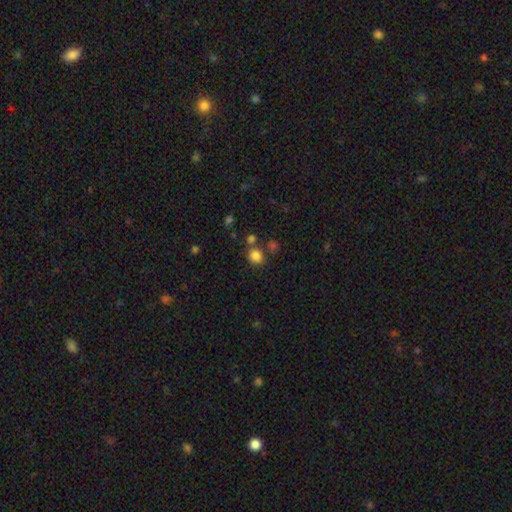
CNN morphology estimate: Smooth or featured?
  - smooth: 83% *
  - star or artifact: 13%
  - featured or disk: 5%
How rounded?
  - round: 79% *
  - in between: 20%
  - cigar-shaped: 1%
Merging?
  - none: 73% *
  - merger: 14%
  - minor disturbance: 10%
  - major disturbance: 4%